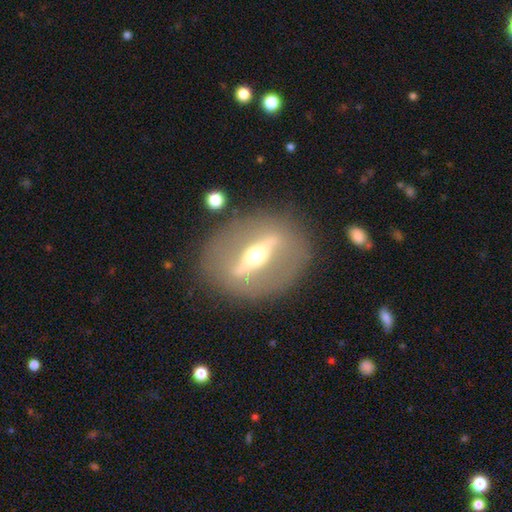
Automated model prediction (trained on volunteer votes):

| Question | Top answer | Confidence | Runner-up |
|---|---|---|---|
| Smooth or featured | featured or disk | 79% | smooth (14%) |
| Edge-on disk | no | 52% | yes (48%) |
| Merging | none | 85% | minor disturbance (8%) |